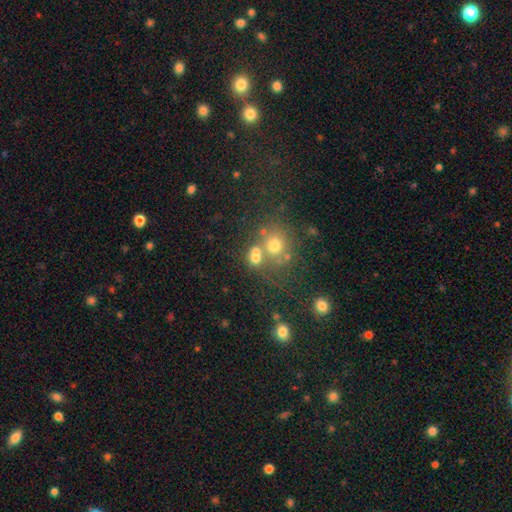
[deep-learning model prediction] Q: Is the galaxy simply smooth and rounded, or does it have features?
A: smooth — 65%.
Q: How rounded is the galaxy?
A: round — 67%.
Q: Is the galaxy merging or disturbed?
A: none — 44%.